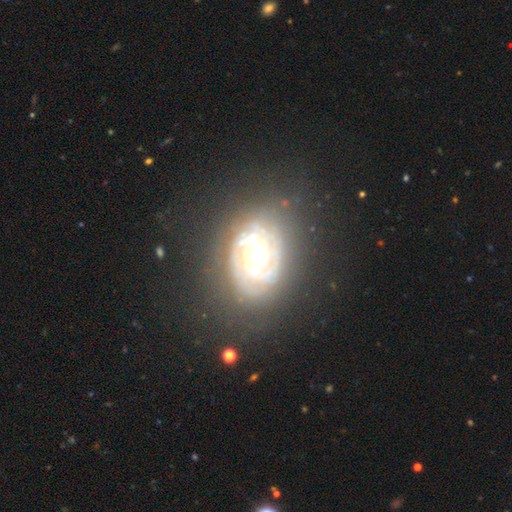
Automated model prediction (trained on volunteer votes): Smooth or featured? Predicted: featured or disk (p=0.87). Edge-on disk? Predicted: no (p=0.97). Bar? Predicted: no (p=0.73). Spiral arms? Predicted: yes (p=0.97). Spiral winding? Predicted: tight (p=0.80). Spiral arm count? Predicted: 2 (p=0.36). Bulge size? Predicted: moderate (p=0.55). Merging? Predicted: none (p=0.76).